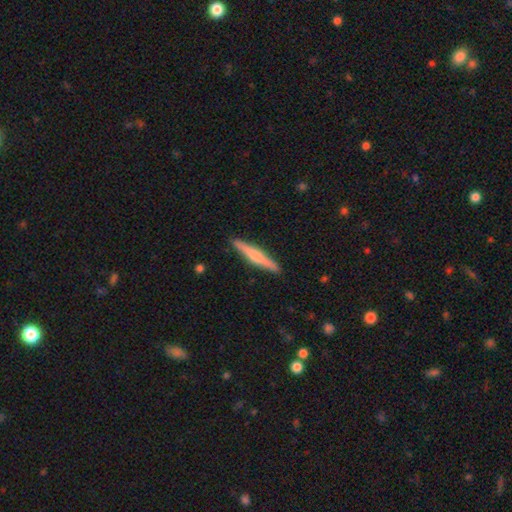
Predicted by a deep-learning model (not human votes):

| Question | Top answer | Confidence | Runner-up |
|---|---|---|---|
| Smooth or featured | featured or disk | 48% | smooth (47%) |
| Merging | none | 91% | minor disturbance (7%) |